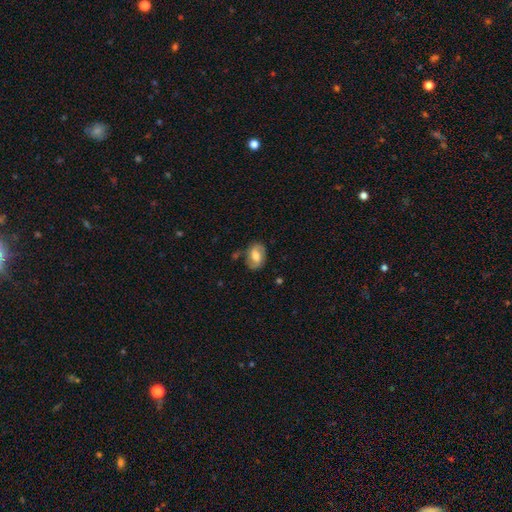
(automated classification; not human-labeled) A smooth galaxy with no disk features (50%) that is in between round and cigar-shaped (81%).

Vote fractions:
- Smooth or featured? smooth: 50% / featured or disk: 42% / star or artifact: 8%
- How rounded? in between: 81% / round: 18% / cigar-shaped: 2%
- Merging? none: 73% / minor disturbance: 18% / major disturbance: 5% / merger: 3%